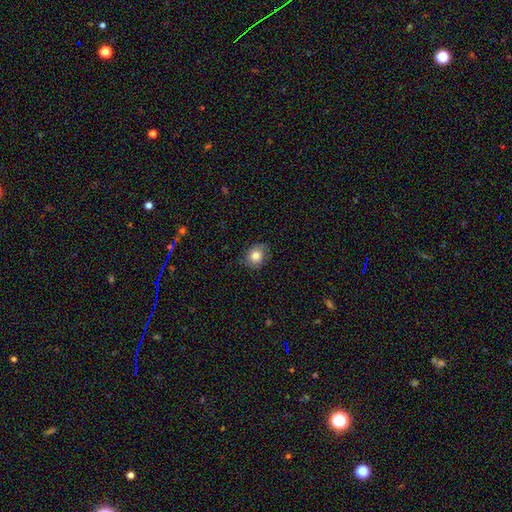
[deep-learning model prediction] This is clearly a smooth galaxy (82%). How rounded: likely round (62%). Merging: likely none (80%).